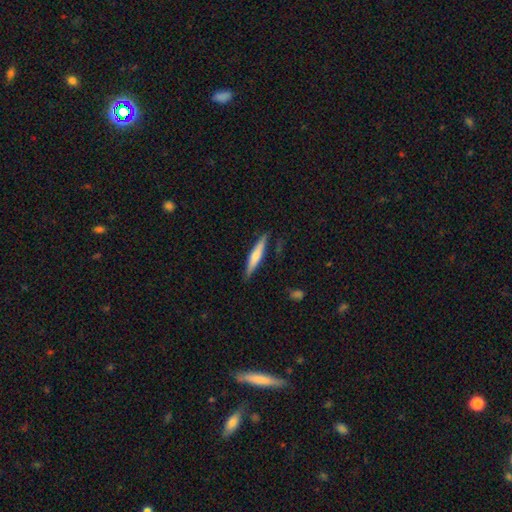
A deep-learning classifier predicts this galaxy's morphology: Overall: smooth (58%; featured or disk 37%). How rounded: cigar-shaped (90%). Merging: none (84%).